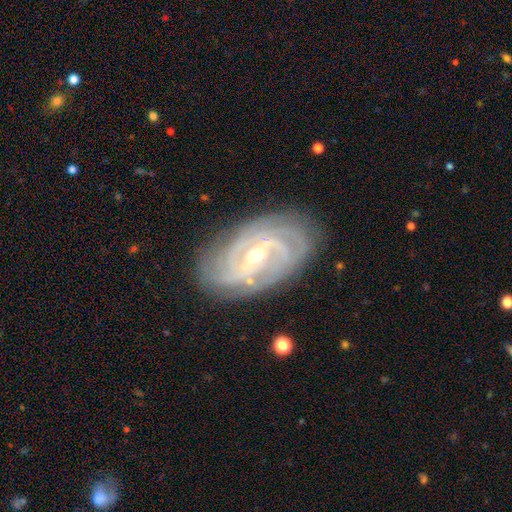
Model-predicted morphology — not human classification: Smooth or featured? featured or disk (90%)
Edge-on disk? no (95%)
Bar? weak (45%)
Spiral arms? yes (97%)
Spiral winding? tight (69%)
Spiral arm count? 3 (25%)
Bulge size? small (53%)
Merging? none (81%)